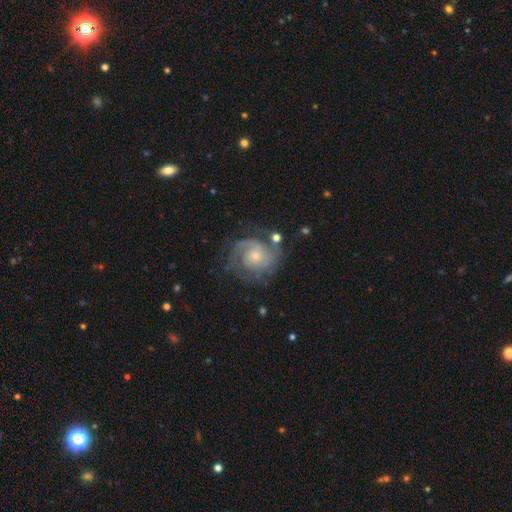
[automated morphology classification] This appears to be a featured or disk galaxy (80%) with no bar (75%), 2 (45%) tight (51%) spiral arms (93%) and a small central bulge (66%). Merging: none (63%).